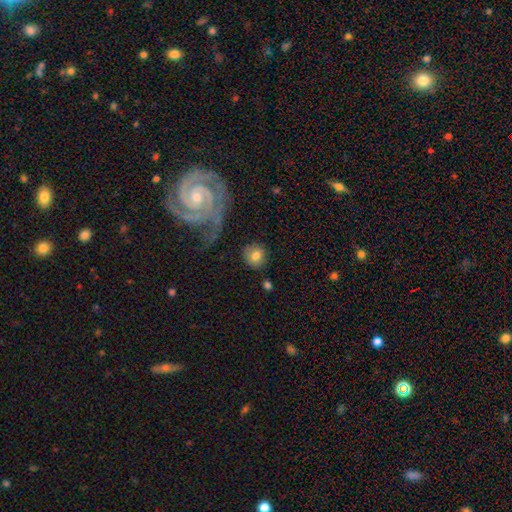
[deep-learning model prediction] A smooth galaxy with no disk features (75%) that is round (88%).

Vote fractions:
- Smooth or featured? smooth: 75% / featured or disk: 17% / star or artifact: 8%
- How rounded? round: 88% / in between: 11% / cigar-shaped: 1%
- Merging? none: 83% / minor disturbance: 10% / major disturbance: 4% / merger: 3%